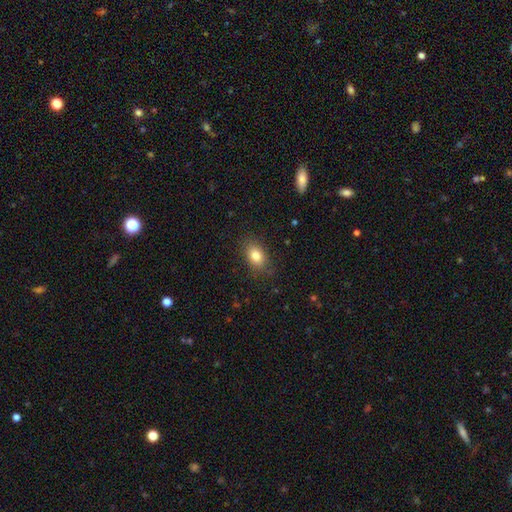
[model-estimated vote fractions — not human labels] Smooth or featured: smooth — 82% (star or artifact — 10%)
How rounded: in between — 80% (round — 18%)
Merging: none — 84% (minor disturbance — 12%)